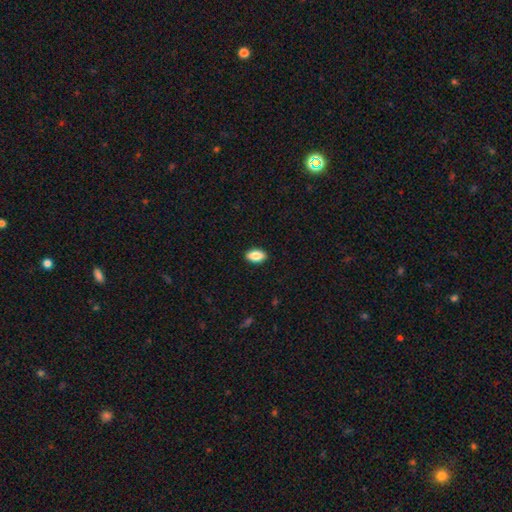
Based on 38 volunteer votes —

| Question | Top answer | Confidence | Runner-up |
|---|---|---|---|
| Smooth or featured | smooth | 84% | featured or disk (11%) |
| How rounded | in between | 91% | round (6%) |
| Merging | none | 92% | major disturbance (6%) |